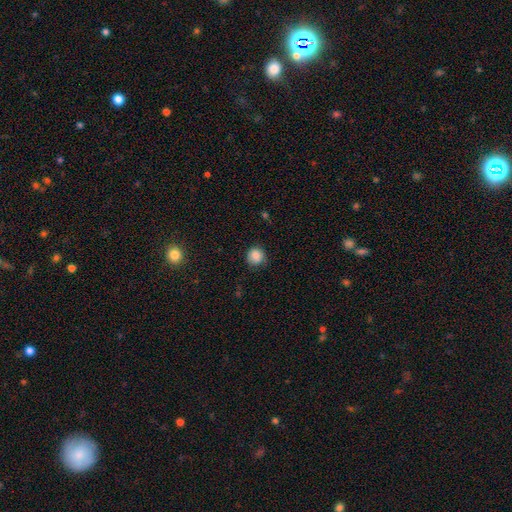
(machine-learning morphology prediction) A smooth galaxy with no disk features (85%) that is round (92%). Merging: none (84%).